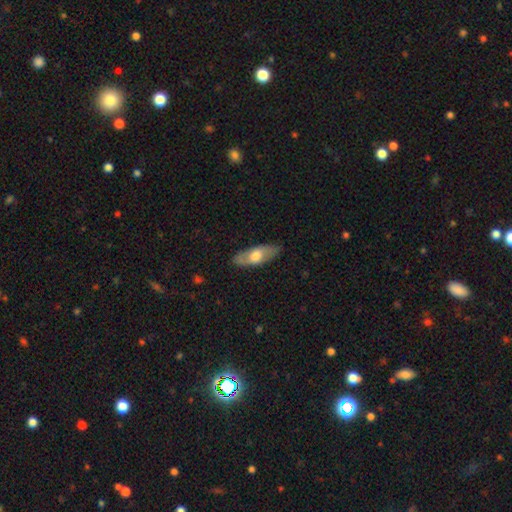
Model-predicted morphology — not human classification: smooth-or-featured: smooth: 54% | featured or disk: 41% | star or artifact: 5%
  how-rounded: in between: 74% | cigar-shaped: 23% | round: 3%
  merging: none: 82% | minor disturbance: 14% | major disturbance: 3% | merger: 1%